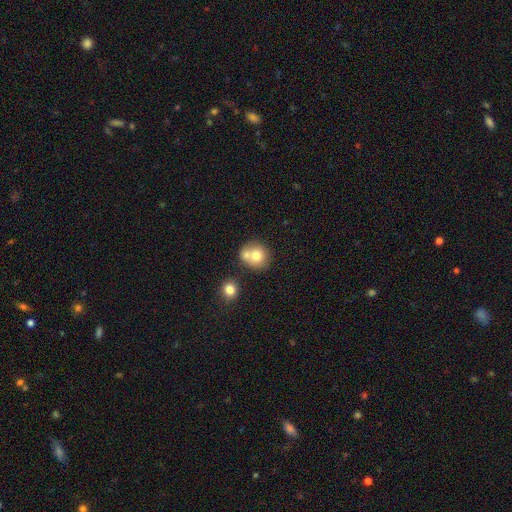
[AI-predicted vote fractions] smooth-or-featured: smooth: 74% | featured or disk: 17% | star or artifact: 9%
  how-rounded: round: 83% | in between: 16% | cigar-shaped: 1%
  merging: merger: 46% | none: 42% | minor disturbance: 9% | major disturbance: 3%